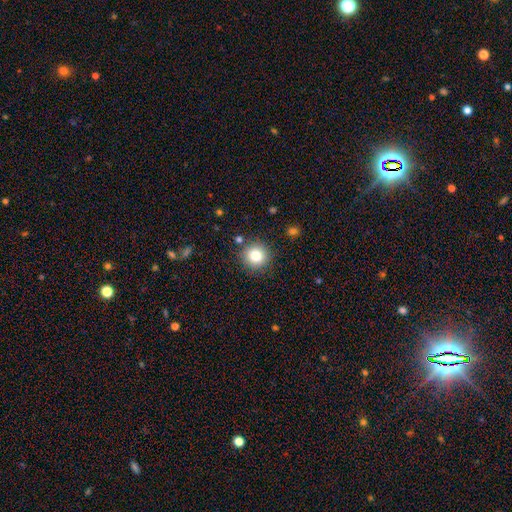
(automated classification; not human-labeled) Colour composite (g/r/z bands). It shows a smooth galaxy with no disk features (81%) that is round (94%). Merging: none (87%).